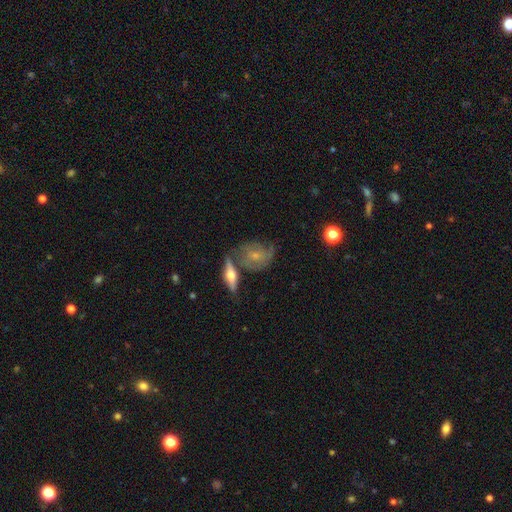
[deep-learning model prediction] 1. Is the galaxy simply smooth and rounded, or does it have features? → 62% featured or disk, 30% smooth, 8% star or artifact.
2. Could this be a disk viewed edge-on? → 85% no, 15% yes.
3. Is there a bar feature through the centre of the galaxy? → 72% no, 24% weak, 5% strong.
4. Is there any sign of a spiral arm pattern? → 79% yes, 21% no.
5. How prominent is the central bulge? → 62% small, 29% moderate, 5% none, 2% large, 1% dominant.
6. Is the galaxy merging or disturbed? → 50% none, 23% minor disturbance, 16% merger, 11% major disturbance.